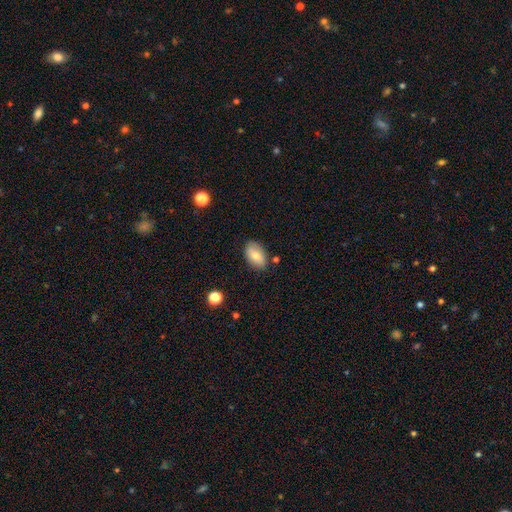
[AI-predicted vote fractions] Q: Smooth or featured?
A: smooth (71%); runner-up: featured or disk (21%)
Q: How rounded?
A: in between (91%); runner-up: round (8%)
Q: Merging?
A: none (79%); runner-up: minor disturbance (15%)